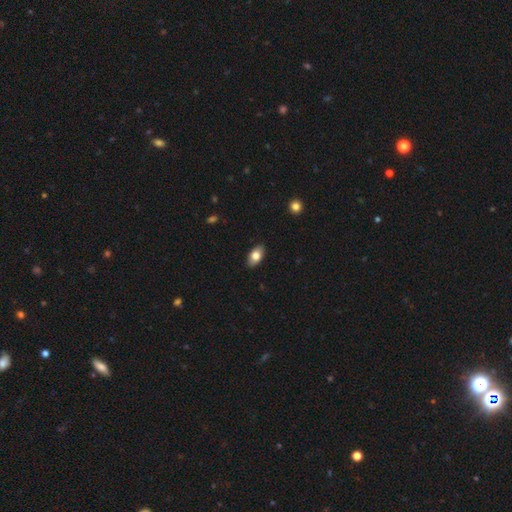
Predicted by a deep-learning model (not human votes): smooth 77%, featured or disk 16%, star or artifact 7%. Down the decision tree: how rounded — in between (92%); merging — none (88%).